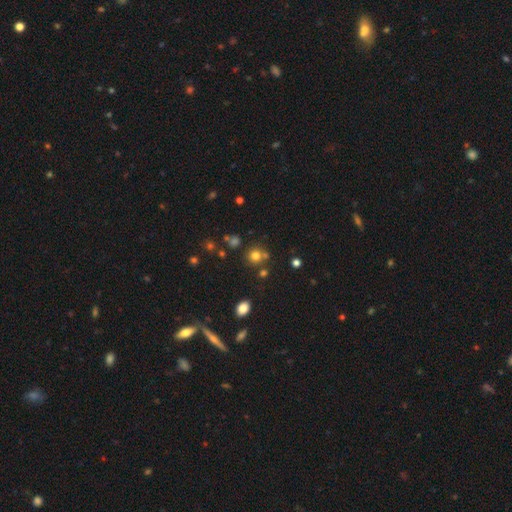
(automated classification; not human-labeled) This appears to be a smooth galaxy with no disk features (74%) that is round (89%). Merging: none (72%).